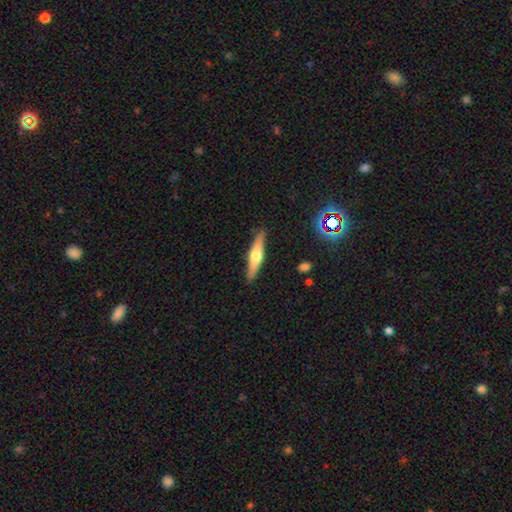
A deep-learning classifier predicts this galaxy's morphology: smooth-or-featured: featured or disk: 57% | smooth: 37% | star or artifact: 6%
  disk-edge-on: yes: 96% | no: 4%
    edge-on-bulge: rounded: 92% | boxy: 5% | none: 4%
  merging: none: 90% | minor disturbance: 8% | major disturbance: 2% | merger: 1%